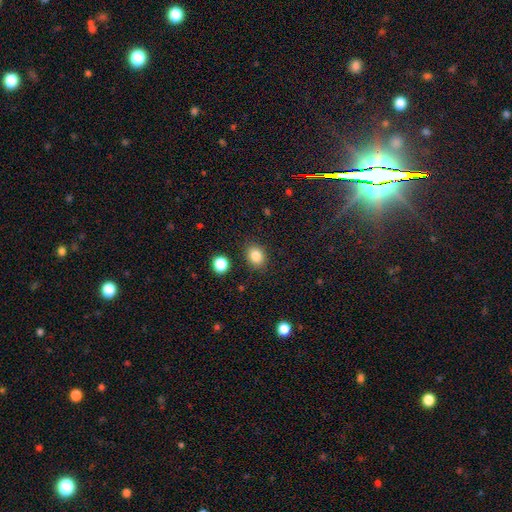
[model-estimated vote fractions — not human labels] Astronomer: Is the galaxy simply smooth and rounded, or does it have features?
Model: smooth — 84%.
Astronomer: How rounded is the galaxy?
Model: round — 51% (runner-up: in between, 48%).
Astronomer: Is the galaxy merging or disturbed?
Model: none — 86%.